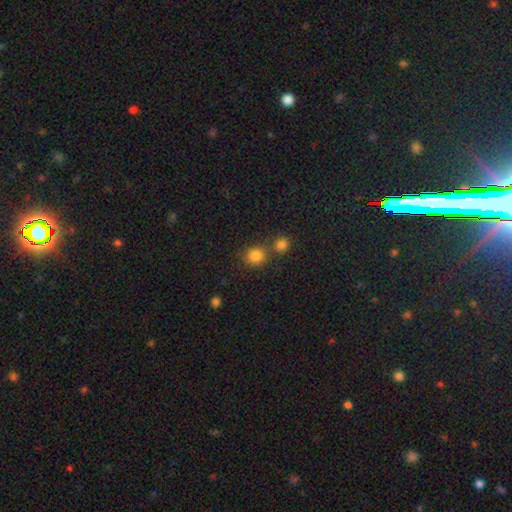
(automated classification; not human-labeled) smooth 83%, star or artifact 12%, featured or disk 5%. Down the decision tree: how rounded — round (83%); merging — none (64%).